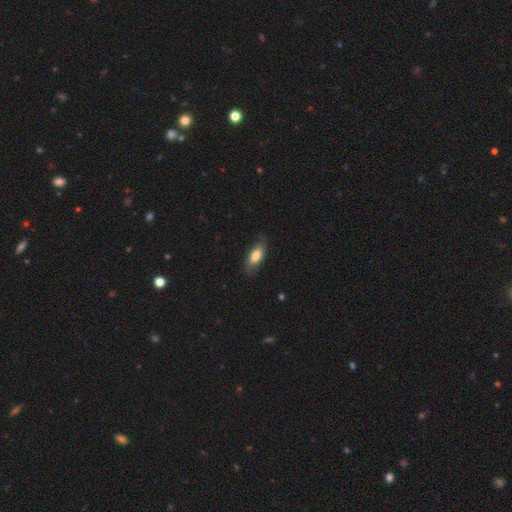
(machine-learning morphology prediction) Smooth or featured? smooth (74%)
How rounded? in between (79%)
Merging? none (76%)